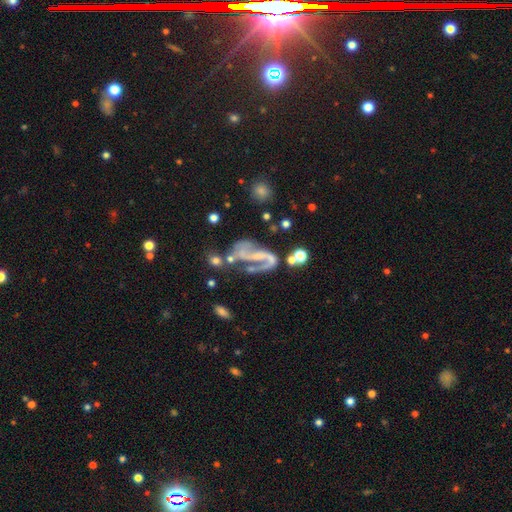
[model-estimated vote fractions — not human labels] Smooth or featured? featured or disk (80%)
Edge-on disk? no (96%)
Bar? weak (35%)
Spiral arms? yes (87%)
Spiral winding? loose (50%)
Spiral arm count? 2 (81%)
Bulge size? none (45%)
Merging? none (40%)